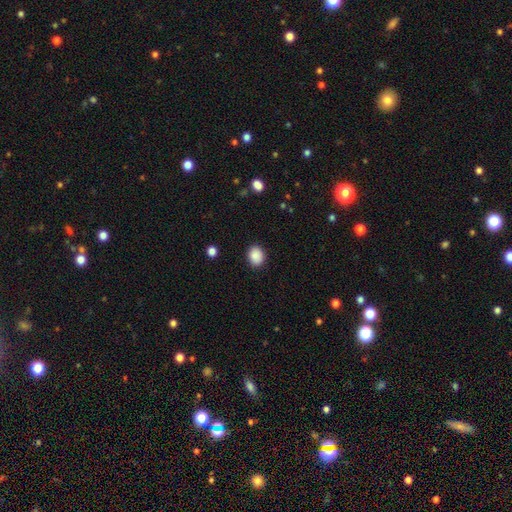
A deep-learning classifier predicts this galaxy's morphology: Smooth or featured: smooth — 88% (star or artifact — 8%)
How rounded: round — 51% (in between — 48%)
Merging: none — 88% (minor disturbance — 9%)